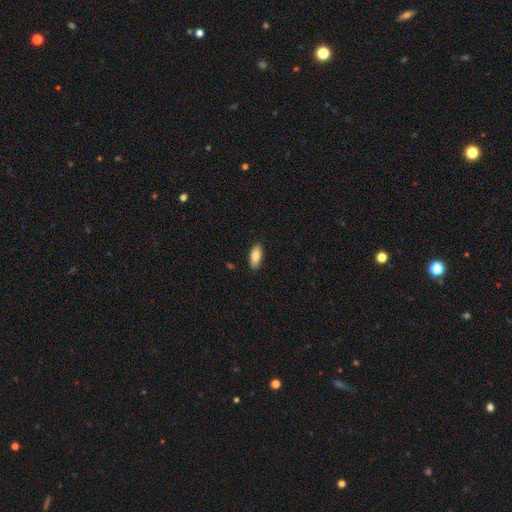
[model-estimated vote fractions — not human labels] Smooth or featured?
  - smooth: 80% *
  - featured or disk: 13%
  - star or artifact: 6%
How rounded?
  - in between: 87% *
  - cigar-shaped: 11%
  - round: 2%
Merging?
  - none: 89% *
  - minor disturbance: 8%
  - major disturbance: 2%
  - merger: 1%